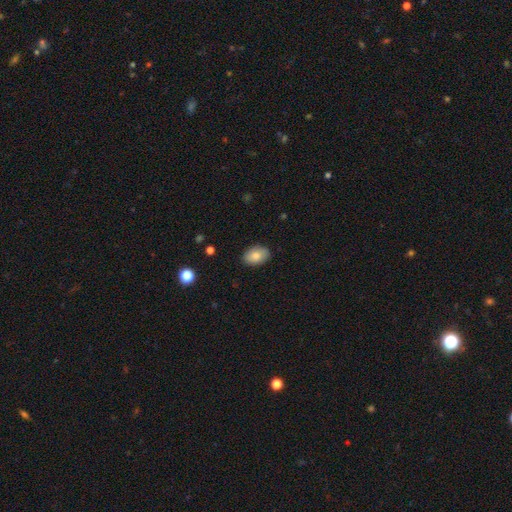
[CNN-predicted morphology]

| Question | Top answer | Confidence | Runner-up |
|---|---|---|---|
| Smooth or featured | smooth | 83% | featured or disk (9%) |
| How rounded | in between | 84% | round (15%) |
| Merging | none | 86% | minor disturbance (11%) |